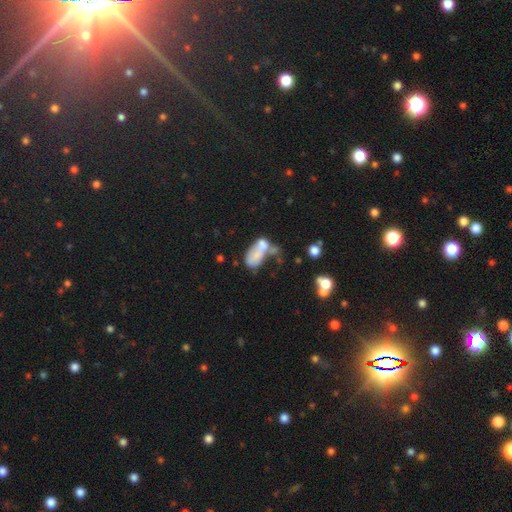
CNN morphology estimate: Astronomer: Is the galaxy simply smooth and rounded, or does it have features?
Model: smooth — 59%.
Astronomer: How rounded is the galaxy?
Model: in between — 88%.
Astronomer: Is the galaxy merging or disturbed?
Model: merger — 51%.